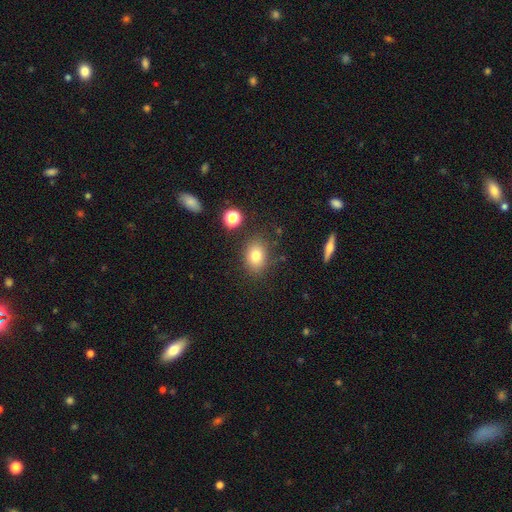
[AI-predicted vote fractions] Morphology: type=smooth (78%); roundness=in between (67%); merging=none (82%).